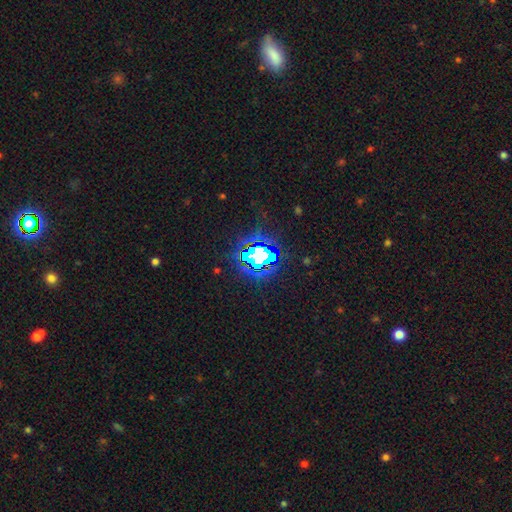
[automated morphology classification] smooth-or-featured: star or artifact: 64% | smooth: 22% | featured or disk: 14%